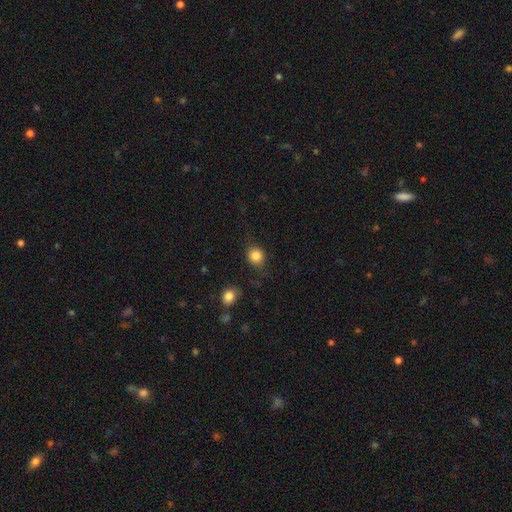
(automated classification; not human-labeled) A smooth galaxy with no disk features (85%) that is round (81%). Merging: none (80%).